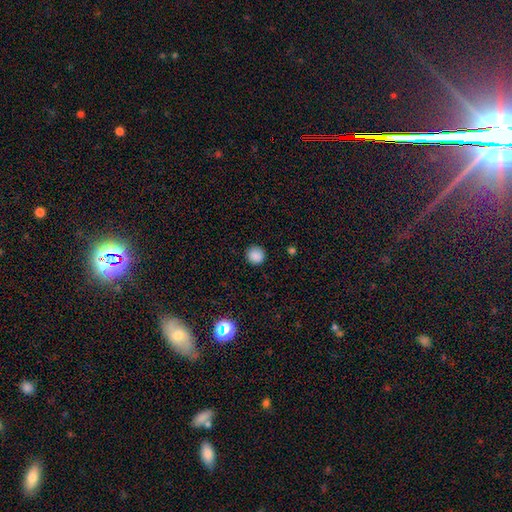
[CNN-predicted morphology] smooth_or_featured: smooth (p=0.87) [alt: star or artifact p=0.10]
how_rounded: round (p=0.95) [alt: in between p=0.04]
merging: none (p=0.91) [alt: minor disturbance p=0.06]